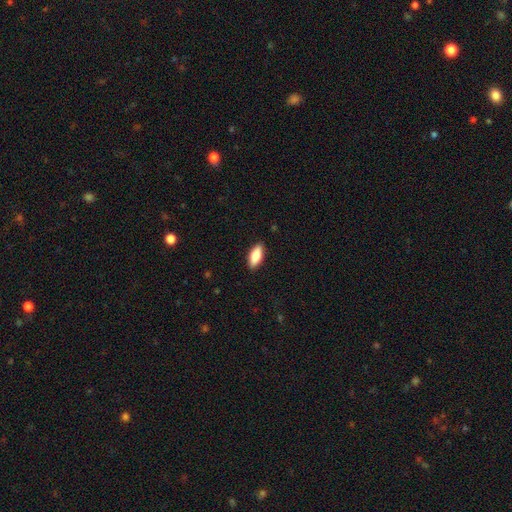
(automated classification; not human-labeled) A smooth galaxy with no disk features (80%) that is in between round and cigar-shaped (79%). Merging: none (89%).